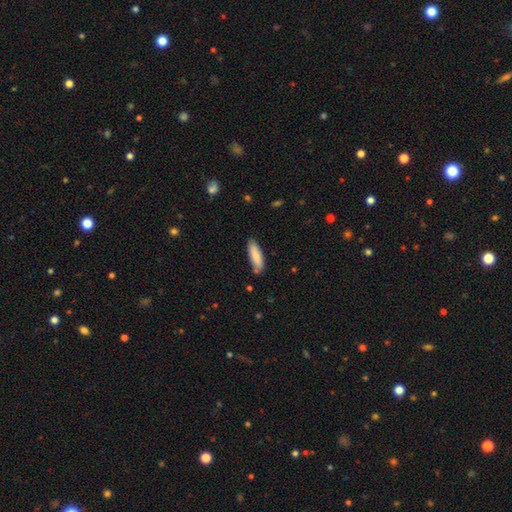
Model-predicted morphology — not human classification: This is clearly a smooth galaxy (86%). How rounded: possibly cigar-shaped (52%). Merging: clearly none (81%).